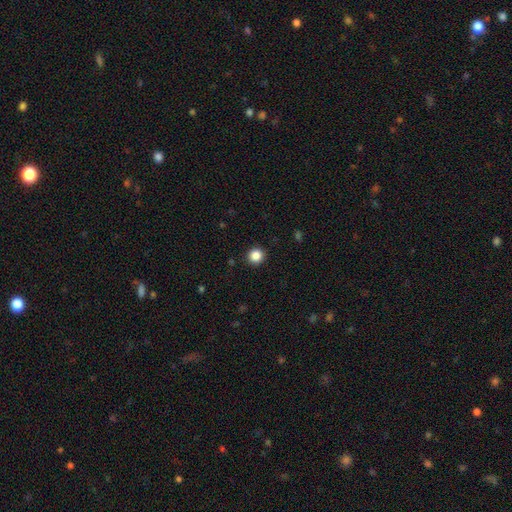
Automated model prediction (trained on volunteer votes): Smooth or featured: smooth — 86% (star or artifact — 11%)
How rounded: round — 94% (in between — 5%)
Merging: none — 92% (minor disturbance — 5%)